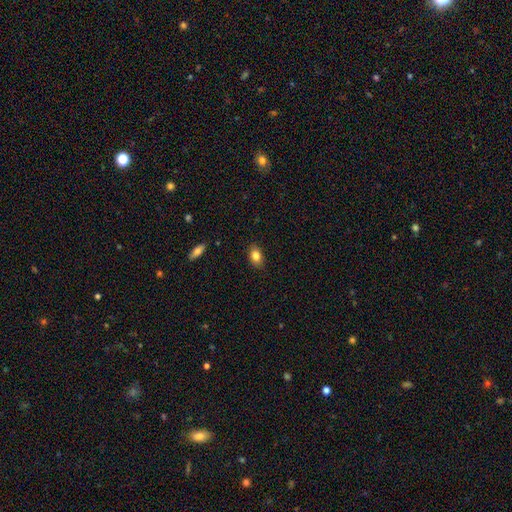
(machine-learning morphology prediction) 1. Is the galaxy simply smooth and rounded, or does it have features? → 83% smooth, 9% star or artifact, 9% featured or disk.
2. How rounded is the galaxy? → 82% in between, 16% round, 2% cigar-shaped.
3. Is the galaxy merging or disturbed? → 86% none, 11% minor disturbance, 2% major disturbance, 1% merger.